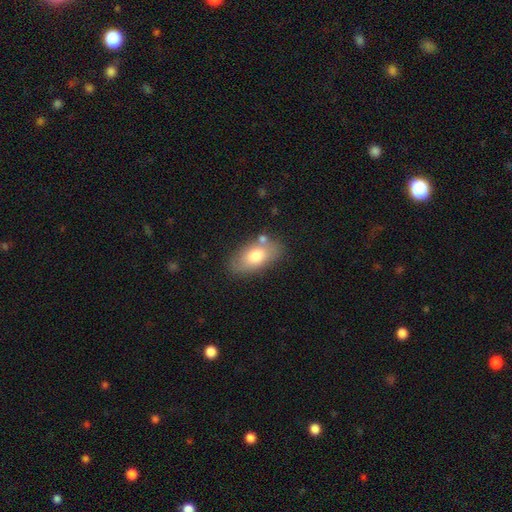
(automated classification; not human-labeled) A smooth galaxy with no disk features (73%) that is in between round and cigar-shaped (91%).

Vote fractions:
- Smooth or featured? smooth: 73% / featured or disk: 20% / star or artifact: 7%
- How rounded? in between: 91% / round: 5% / cigar-shaped: 4%
- Merging? none: 72% / minor disturbance: 16% / merger: 8% / major disturbance: 4%